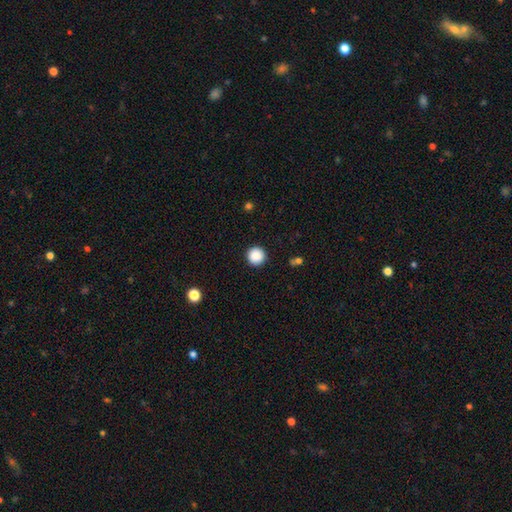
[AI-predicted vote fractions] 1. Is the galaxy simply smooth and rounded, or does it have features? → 88% smooth, 10% star or artifact, 3% featured or disk.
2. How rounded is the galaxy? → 96% round, 3% in between, 1% cigar-shaped.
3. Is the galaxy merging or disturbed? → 92% none, 5% minor disturbance, 2% major disturbance, 1% merger.